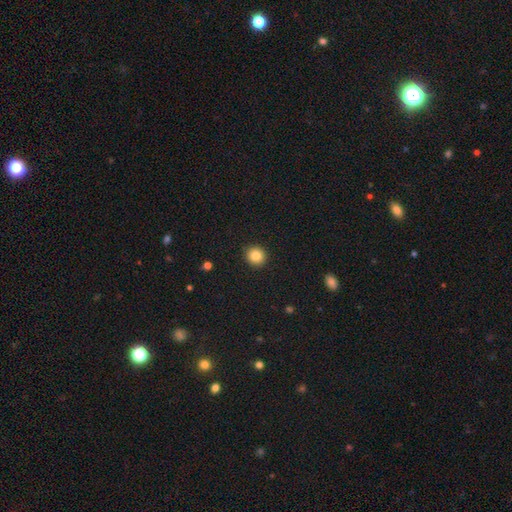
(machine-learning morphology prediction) The model was most divided on "smooth or featured": smooth: 84%, star or artifact: 10%, featured or disk: 6%. More confident: merging — none (92%); how rounded — round (90%).